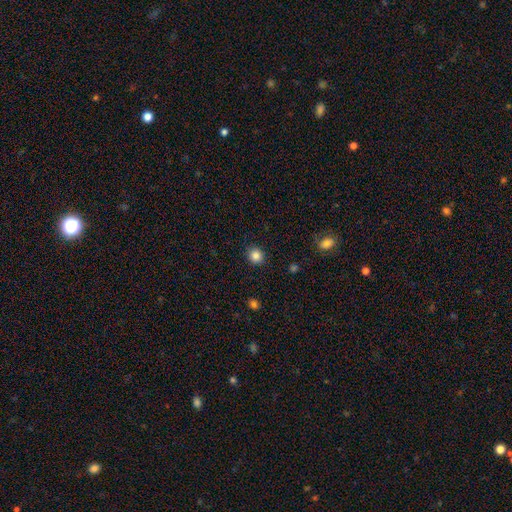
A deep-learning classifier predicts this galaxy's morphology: smooth-or-featured: smooth: 85% | star or artifact: 11% | featured or disk: 4%
  how-rounded: round: 86% | in between: 13% | cigar-shaped: 1%
  merging: none: 91% | minor disturbance: 6% | major disturbance: 2% | merger: 1%